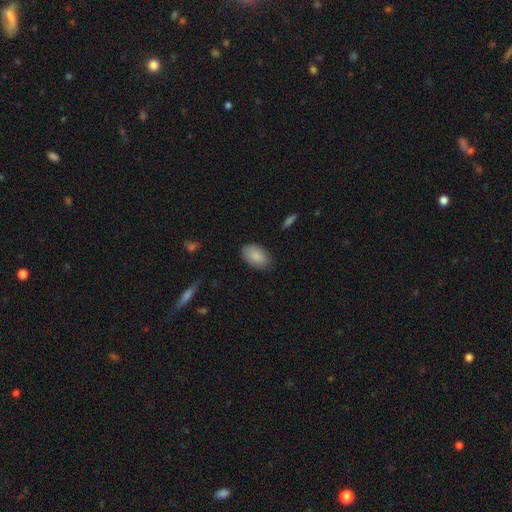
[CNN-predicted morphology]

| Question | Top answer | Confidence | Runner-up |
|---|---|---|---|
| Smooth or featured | smooth | 88% | star or artifact (6%) |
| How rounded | in between | 92% | round (7%) |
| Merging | none | 84% | minor disturbance (12%) |